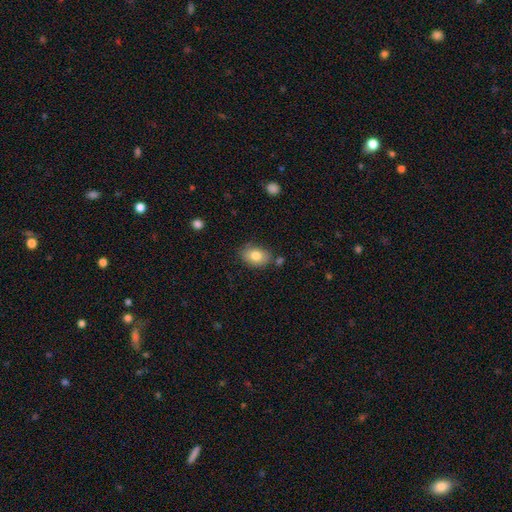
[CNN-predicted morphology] smooth_or_featured: smooth (p=0.81) [alt: featured or disk p=0.11]
how_rounded: in between (p=0.78) [alt: round p=0.21]
merging: none (p=0.78) [alt: minor disturbance p=0.15]